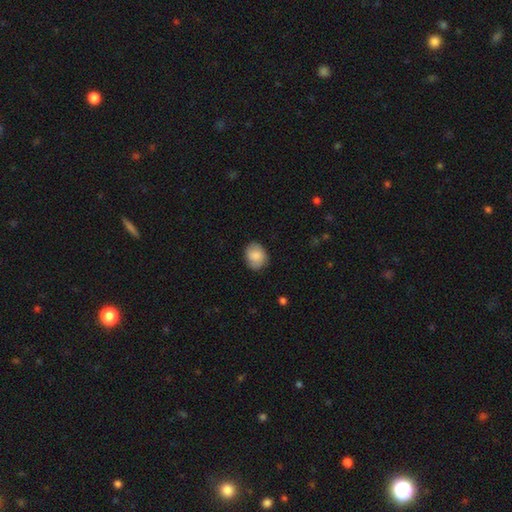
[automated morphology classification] Overall: smooth (85%). How rounded: round (50%; in between 49%). Merging: none (80%).